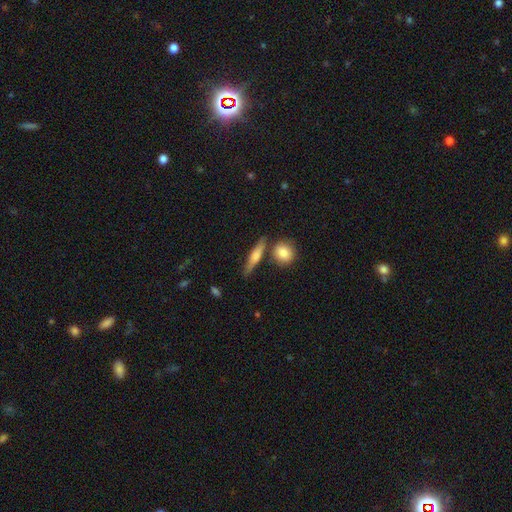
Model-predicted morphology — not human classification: A smooth galaxy with no disk features (57%) that is cigar-shaped (70%).

Vote fractions:
- Smooth or featured? smooth: 57% / featured or disk: 36% / star or artifact: 7%
- How rounded? cigar-shaped: 70% / in between: 23% / round: 7%
- Merging? none: 73% / minor disturbance: 13% / merger: 10% / major disturbance: 4%